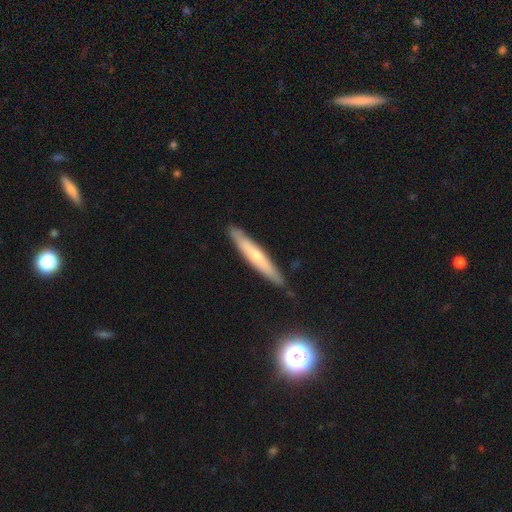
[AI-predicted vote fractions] Smooth or featured? Predicted: smooth (p=0.52). How rounded? Predicted: cigar-shaped (p=0.94). Merging? Predicted: none (p=0.86).